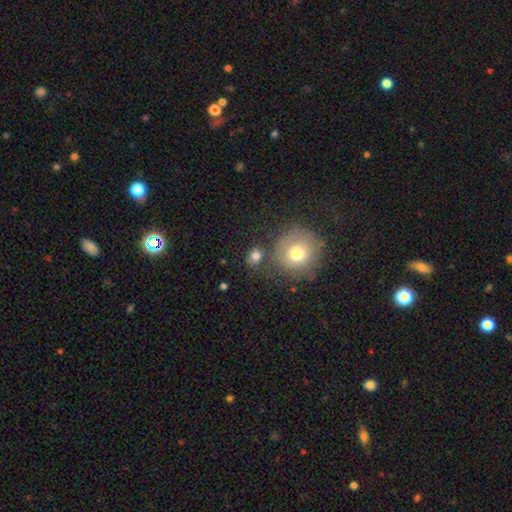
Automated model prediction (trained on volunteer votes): Overall: smooth (77%). How rounded: round (68%; in between 31%). Merging: none (70%).